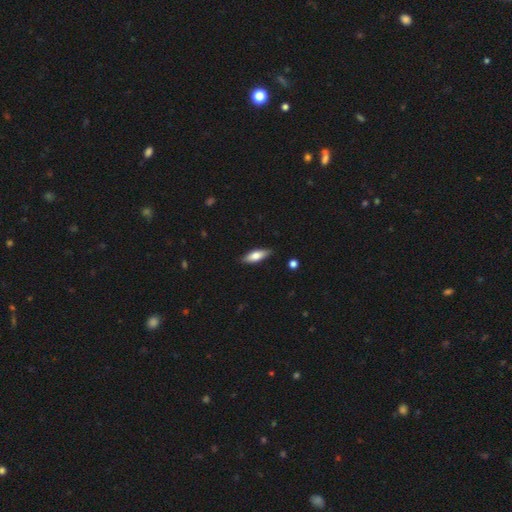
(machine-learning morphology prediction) Smooth or featured? smooth (68%)
How rounded? in between (60%)
Merging? none (87%)